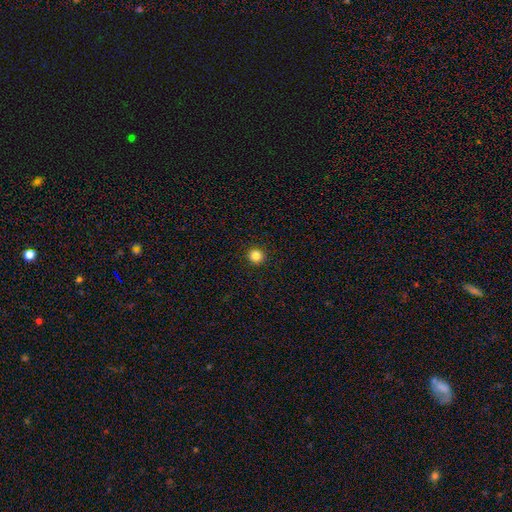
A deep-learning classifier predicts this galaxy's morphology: Smooth or featured?
  - smooth: 84% *
  - star or artifact: 12%
  - featured or disk: 4%
How rounded?
  - round: 95% *
  - in between: 4%
  - cigar-shaped: 1%
Merging?
  - none: 93% *
  - minor disturbance: 4%
  - major disturbance: 2%
  - merger: 1%